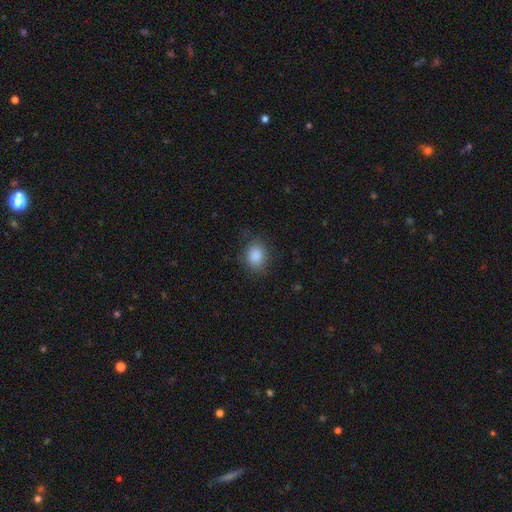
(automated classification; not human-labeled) Overall: smooth (87%). How rounded: round (55%; in between 44%). Merging: none (78%).